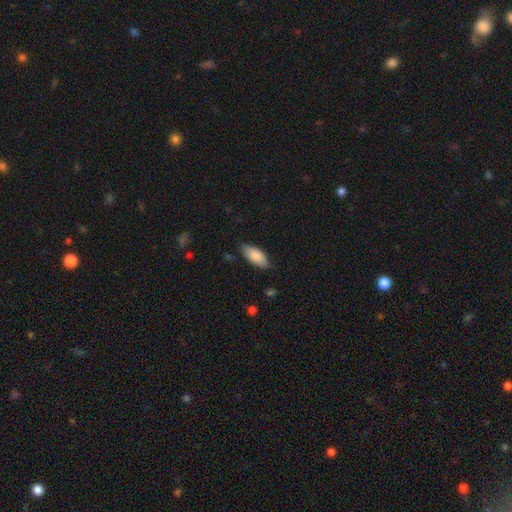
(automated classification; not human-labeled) Overall: smooth (84%). How rounded: in between (85%). Merging: none (79%).